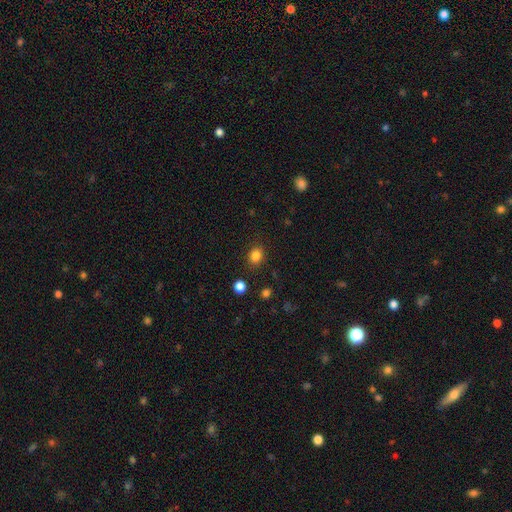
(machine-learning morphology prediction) Smooth or featured?
  - smooth: 84% *
  - star or artifact: 12%
  - featured or disk: 5%
How rounded?
  - round: 58% *
  - in between: 41%
  - cigar-shaped: 1%
Merging?
  - none: 87% *
  - minor disturbance: 9%
  - major disturbance: 3%
  - merger: 2%